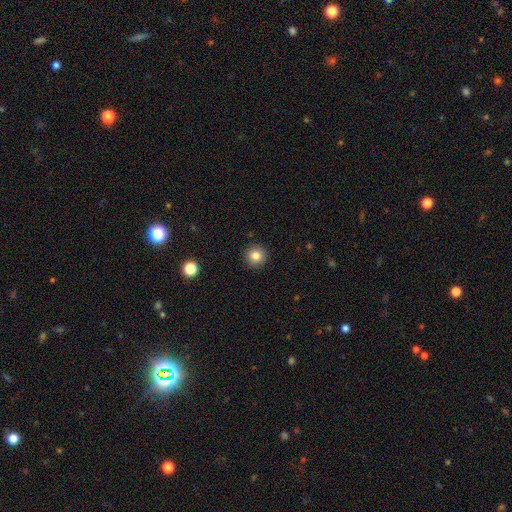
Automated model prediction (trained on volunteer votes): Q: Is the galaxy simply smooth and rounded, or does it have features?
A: smooth — 81%.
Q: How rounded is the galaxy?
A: round — 95%.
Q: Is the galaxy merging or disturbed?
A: none — 92%.